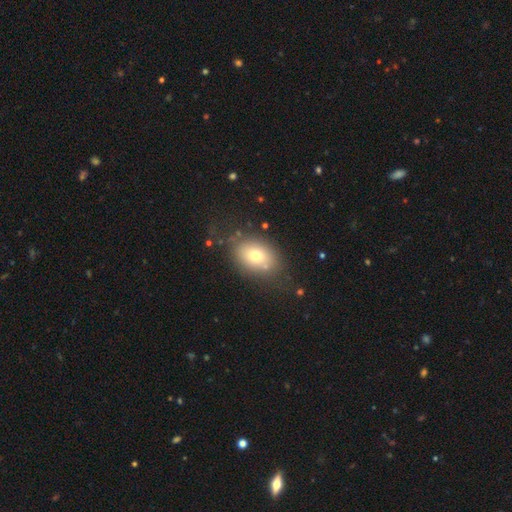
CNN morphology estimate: Smooth or featured: smooth — 71% (featured or disk — 18%)
How rounded: in between — 73% (round — 25%)
Merging: none — 71% (minor disturbance — 17%)